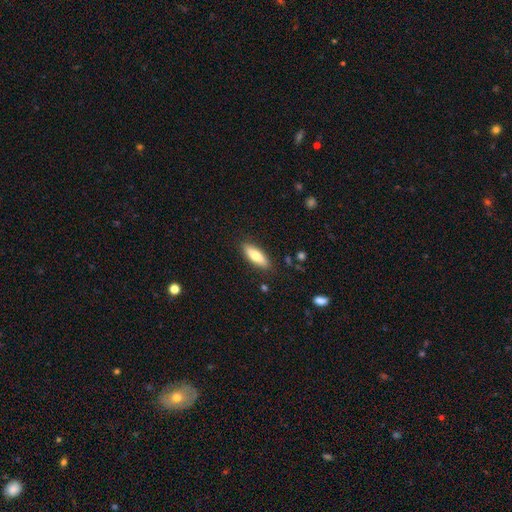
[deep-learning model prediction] smooth_or_featured: smooth (p=0.74) [alt: featured or disk p=0.20]
how_rounded: in between (p=0.60) [alt: cigar-shaped p=0.38]
merging: none (p=0.87) [alt: minor disturbance p=0.10]